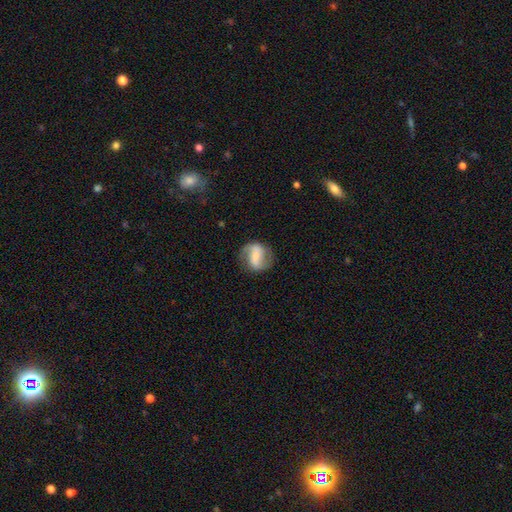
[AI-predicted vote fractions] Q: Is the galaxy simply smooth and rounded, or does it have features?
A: featured or disk — 69%.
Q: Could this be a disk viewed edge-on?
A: no — 96%.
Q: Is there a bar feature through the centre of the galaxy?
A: strong — 49%.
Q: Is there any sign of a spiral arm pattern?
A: yes — 87%.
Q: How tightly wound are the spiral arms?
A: loose — 44%.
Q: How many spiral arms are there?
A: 2 — 88%.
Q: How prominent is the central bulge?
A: small — 42%.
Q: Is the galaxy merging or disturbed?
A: none — 76%.